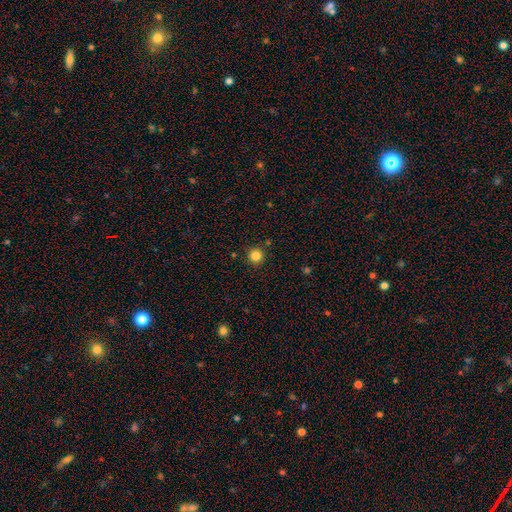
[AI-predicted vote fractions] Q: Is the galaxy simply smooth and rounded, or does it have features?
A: smooth — 83%.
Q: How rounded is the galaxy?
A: round — 95%.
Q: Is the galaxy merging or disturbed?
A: none — 90%.